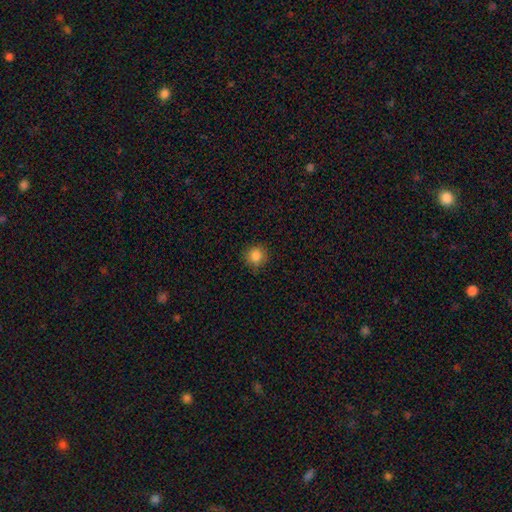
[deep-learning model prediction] smooth-or-featured: smooth: 86% | star or artifact: 11% | featured or disk: 4%
  how-rounded: round: 93% | in between: 6% | cigar-shaped: 1%
  merging: none: 88% | minor disturbance: 8% | major disturbance: 2% | merger: 1%